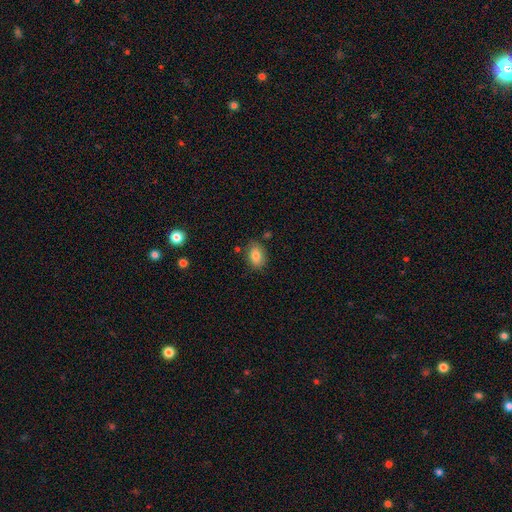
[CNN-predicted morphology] Q: Smooth or featured?
A: smooth (83%); runner-up: featured or disk (9%)
Q: How rounded?
A: in between (83%); runner-up: round (15%)
Q: Merging?
A: none (80%); runner-up: minor disturbance (14%)